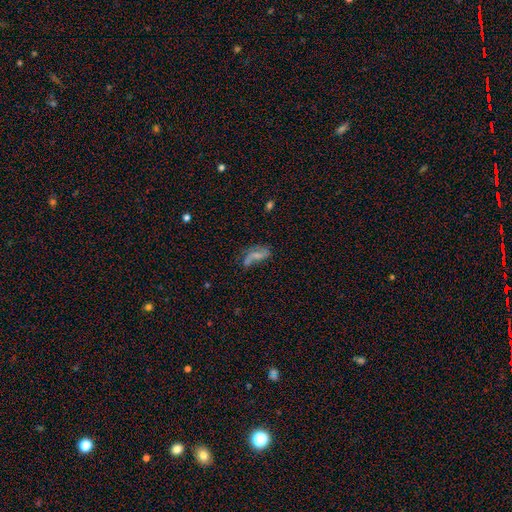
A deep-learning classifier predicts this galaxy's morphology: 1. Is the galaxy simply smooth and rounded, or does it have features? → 47% featured or disk, 41% smooth, 12% star or artifact.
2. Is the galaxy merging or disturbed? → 37% none, 29% major disturbance, 27% minor disturbance, 6% merger.